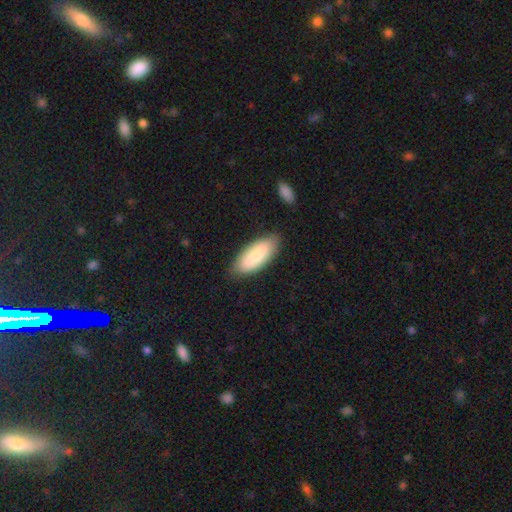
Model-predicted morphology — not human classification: type=smooth (73%); roundness=in between (81%); merging=none (82%).